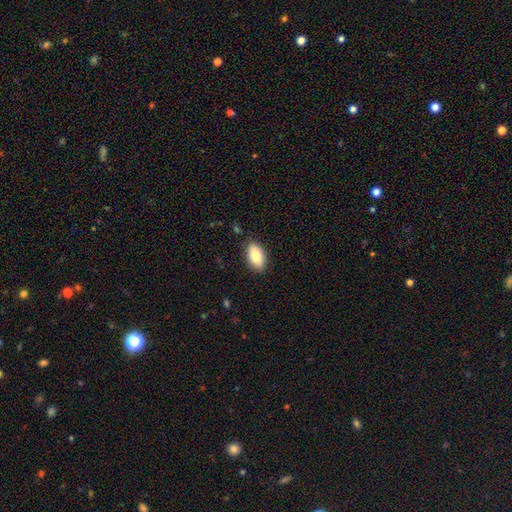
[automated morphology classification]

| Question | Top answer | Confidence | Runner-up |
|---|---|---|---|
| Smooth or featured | smooth | 82% | featured or disk (11%) |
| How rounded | in between | 93% | round (4%) |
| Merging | none | 86% | minor disturbance (10%) |